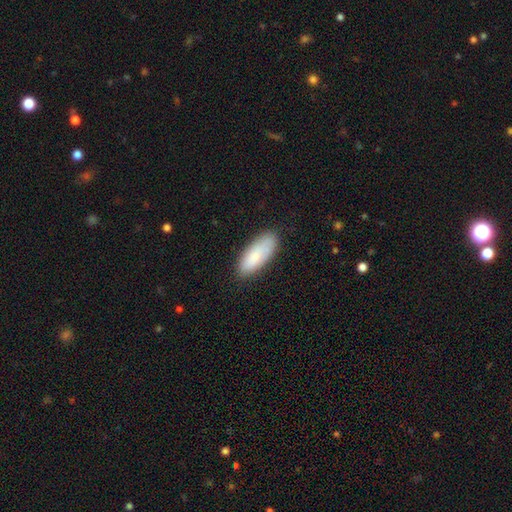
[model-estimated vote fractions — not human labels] This is clearly a smooth galaxy (83%). How rounded: likely in between (77%). Merging: likely none (80%).